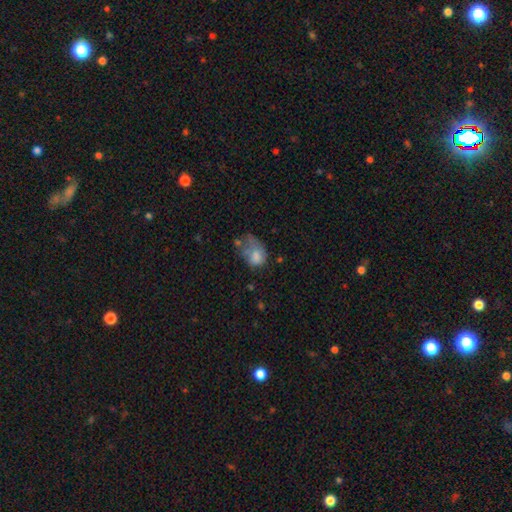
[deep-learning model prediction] This appears to be a smooth galaxy with no disk features (68%) that is in between round and cigar-shaped (70%). Merging: major disturbance (44%).